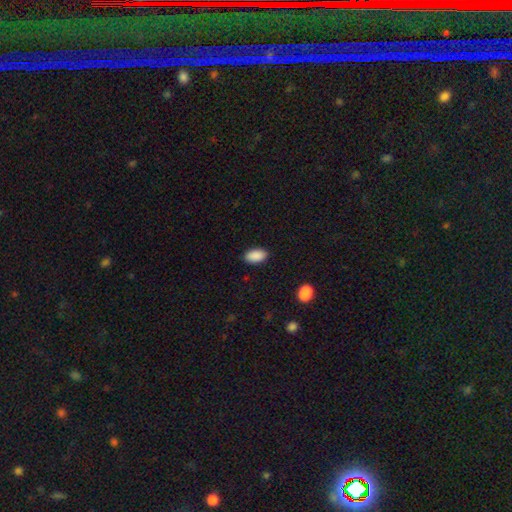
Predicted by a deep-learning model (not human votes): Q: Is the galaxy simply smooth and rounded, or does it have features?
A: smooth — 90%.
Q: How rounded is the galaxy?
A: in between — 94%.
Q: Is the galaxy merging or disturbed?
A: none — 88%.